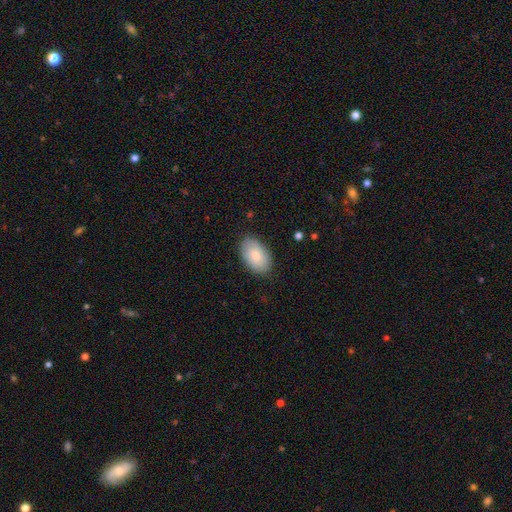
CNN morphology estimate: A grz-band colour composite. It shows a smooth galaxy with no disk features (78%) that is in between round and cigar-shaped (91%). Merging: none (84%).